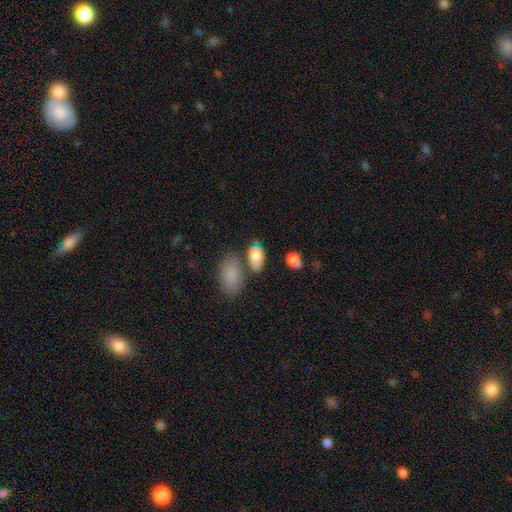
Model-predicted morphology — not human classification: smooth-or-featured: smooth: 81% | featured or disk: 11% | star or artifact: 8%
  how-rounded: in between: 91% | round: 7% | cigar-shaped: 2%
  merging: none: 57% | minor disturbance: 19% | merger: 18% | major disturbance: 7%